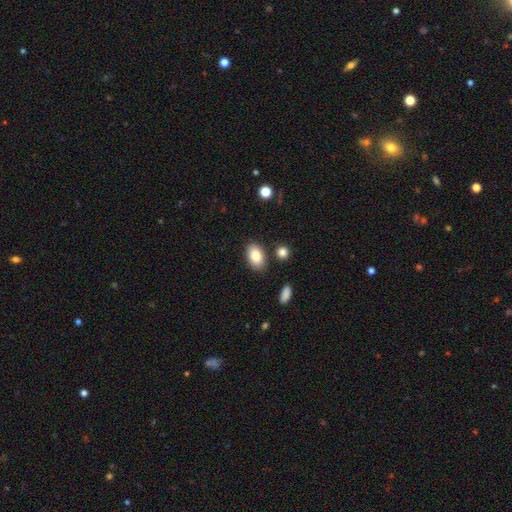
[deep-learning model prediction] The model was most divided on "merging": none: 83%, minor disturbance: 10%, merger: 4%, major disturbance: 3%. More confident: how rounded — in between (90%); smooth or featured — smooth (84%).